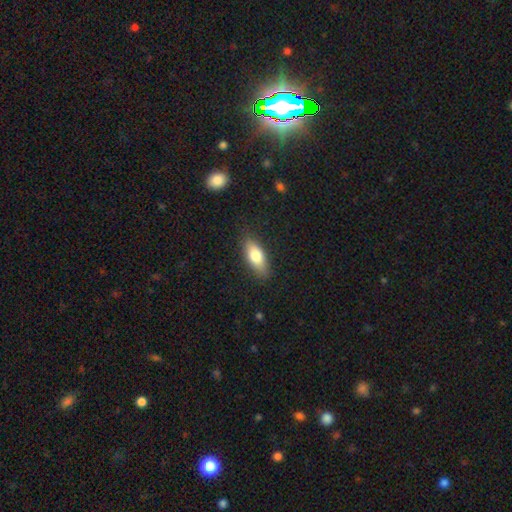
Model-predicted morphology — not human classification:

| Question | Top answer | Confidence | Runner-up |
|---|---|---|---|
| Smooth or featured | smooth | 77% | featured or disk (16%) |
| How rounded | in between | 76% | cigar-shaped (21%) |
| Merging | none | 85% | minor disturbance (12%) |